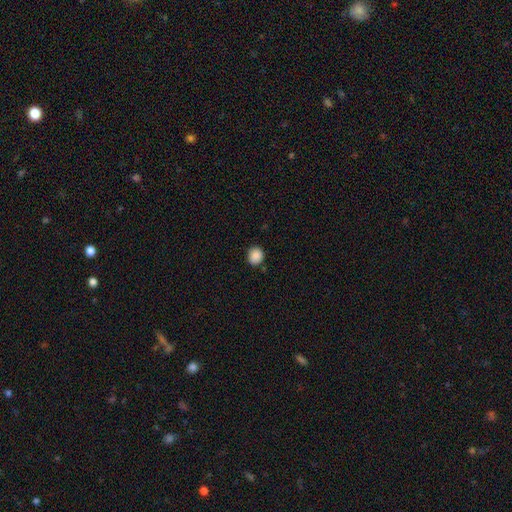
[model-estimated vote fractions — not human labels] smooth-or-featured: smooth: 88% | star or artifact: 9% | featured or disk: 3%
  how-rounded: round: 77% | in between: 22% | cigar-shaped: 1%
  merging: none: 86% | minor disturbance: 10% | merger: 2% | major disturbance: 2%